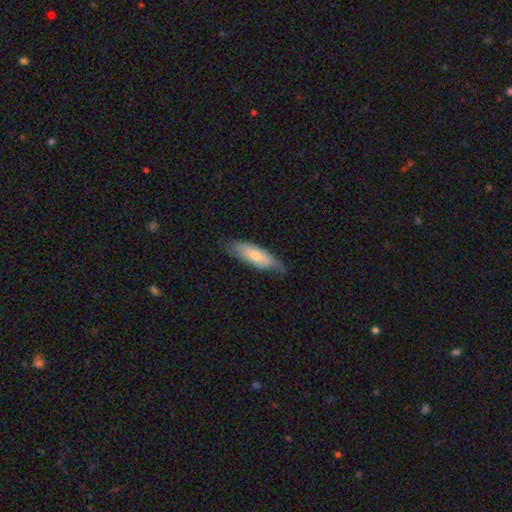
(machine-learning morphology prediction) A smooth galaxy with no disk features (64%) that is in between round and cigar-shaped (54%). Merging: none (69%).